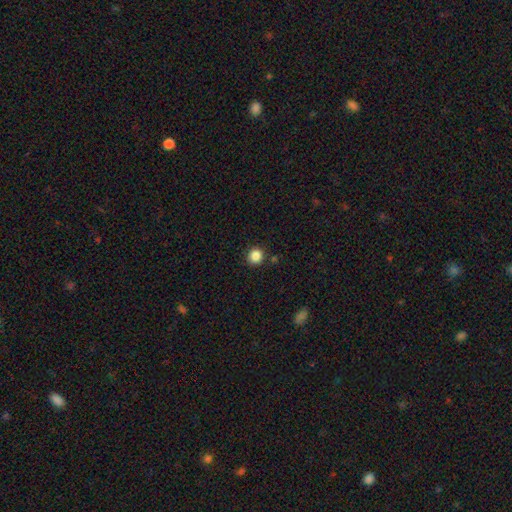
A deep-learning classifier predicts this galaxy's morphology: A smooth galaxy with no disk features (86%) that is round (92%). Merging: none (88%).